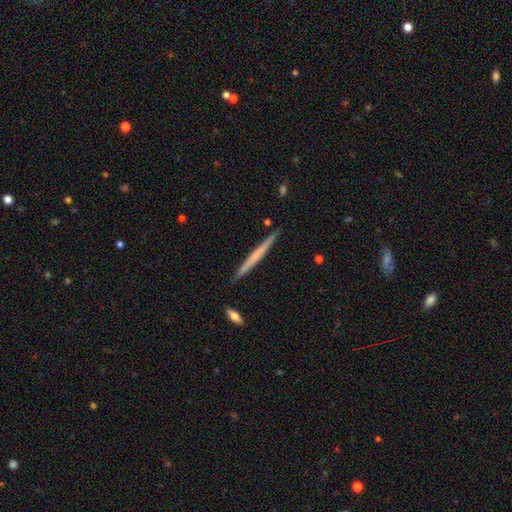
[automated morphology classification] This is possibly a smooth galaxy (48%). Merging: clearly none (90%).